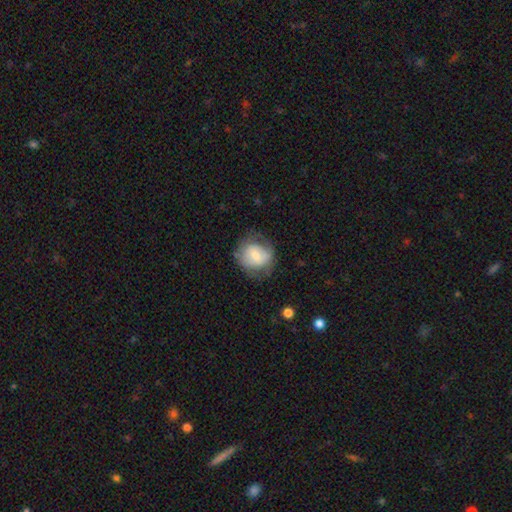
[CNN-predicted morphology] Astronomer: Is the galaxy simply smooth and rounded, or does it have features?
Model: smooth — 59%.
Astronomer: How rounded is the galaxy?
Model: round — 76%.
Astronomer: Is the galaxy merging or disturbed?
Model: none — 64%.